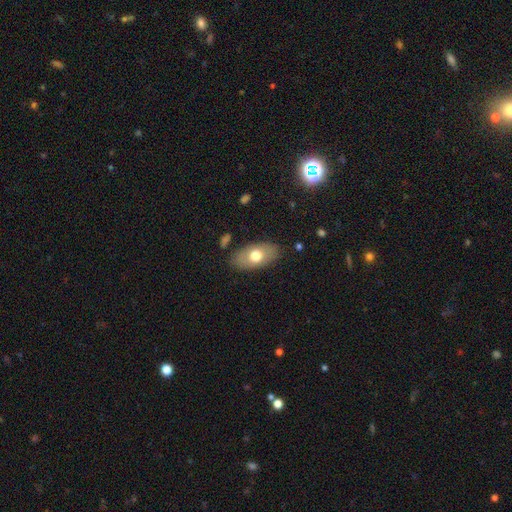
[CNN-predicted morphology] This is likely a smooth galaxy (67%). How rounded: clearly in between (92%). Merging: clearly none (83%).